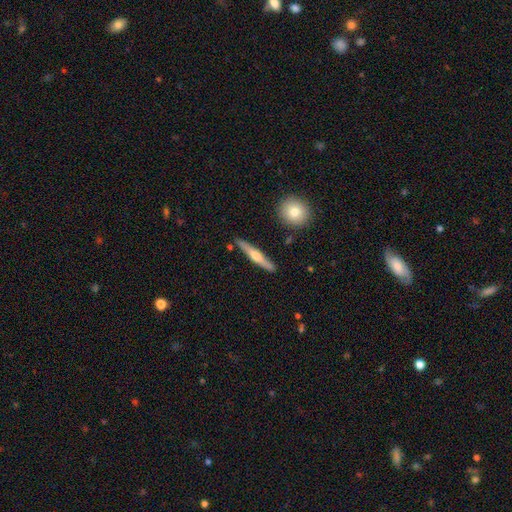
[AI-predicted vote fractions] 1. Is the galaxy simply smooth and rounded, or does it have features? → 61% featured or disk, 34% smooth, 5% star or artifact.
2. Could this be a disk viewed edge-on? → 97% yes, 3% no.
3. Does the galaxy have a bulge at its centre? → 89% rounded, 6% none, 5% boxy.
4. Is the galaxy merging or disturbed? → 88% none, 8% minor disturbance, 3% merger, 2% major disturbance.